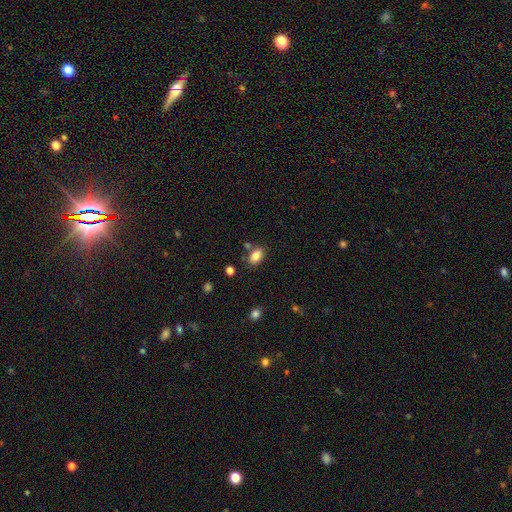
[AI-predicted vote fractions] Smooth or featured? Predicted: smooth (p=0.84). How rounded? Predicted: in between (p=0.88). Merging? Predicted: none (p=0.75).